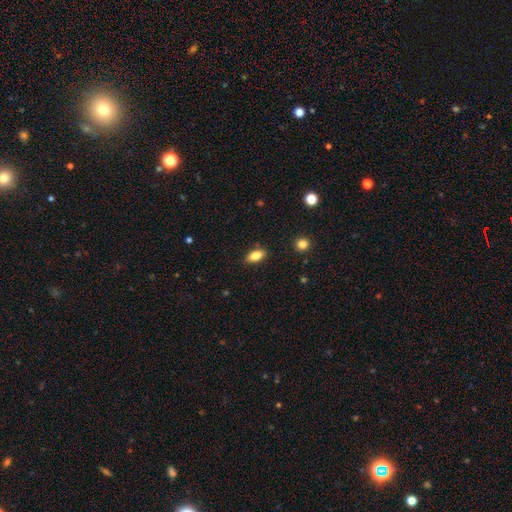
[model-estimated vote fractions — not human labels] smooth-or-featured: smooth: 85% | star or artifact: 8% | featured or disk: 7%
  how-rounded: in between: 88% | cigar-shaped: 8% | round: 4%
  merging: none: 85% | minor disturbance: 11% | major disturbance: 2% | merger: 2%